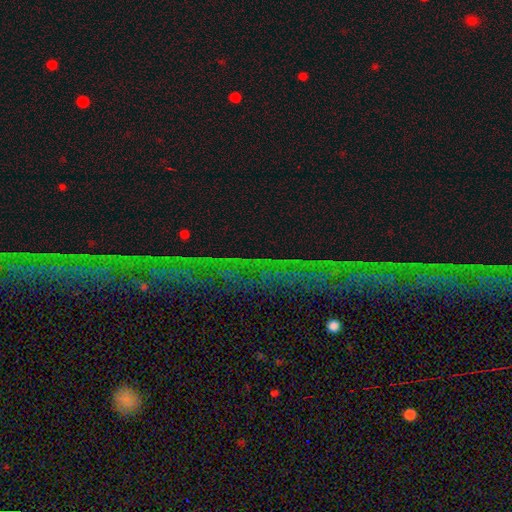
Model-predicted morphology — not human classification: Smooth or featured?
  - star or artifact: 76% *
  - featured or disk: 14%
  - smooth: 10%